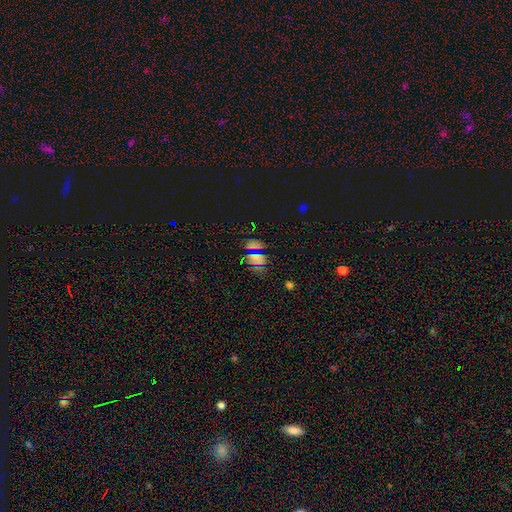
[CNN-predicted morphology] Smooth or featured? Predicted: smooth (p=0.49). Merging? Predicted: none (p=0.76).